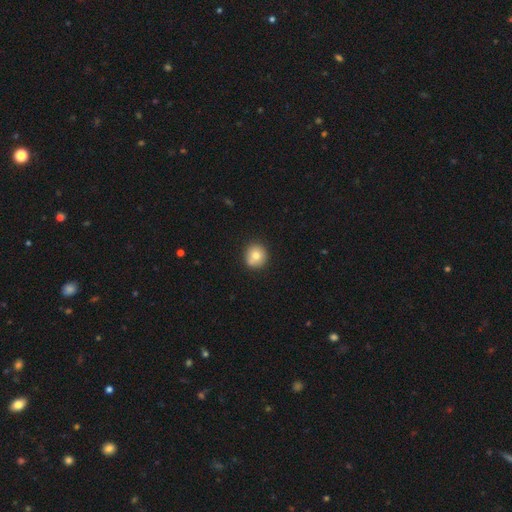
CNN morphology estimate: type=smooth (76%); roundness=round (91%); merging=none (79%).